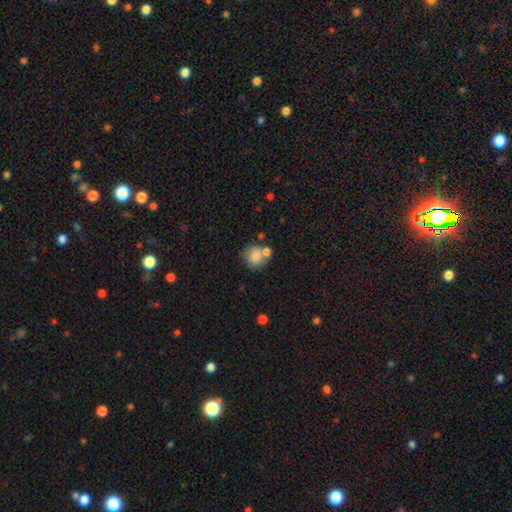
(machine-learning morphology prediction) A smooth galaxy with no disk features (79%) that is round (83%).

Vote fractions:
- Smooth or featured? smooth: 79% / featured or disk: 13% / star or artifact: 8%
- How rounded? round: 83% / in between: 16% / cigar-shaped: 1%
- Merging? none: 48% / merger: 32% / minor disturbance: 15% / major disturbance: 6%